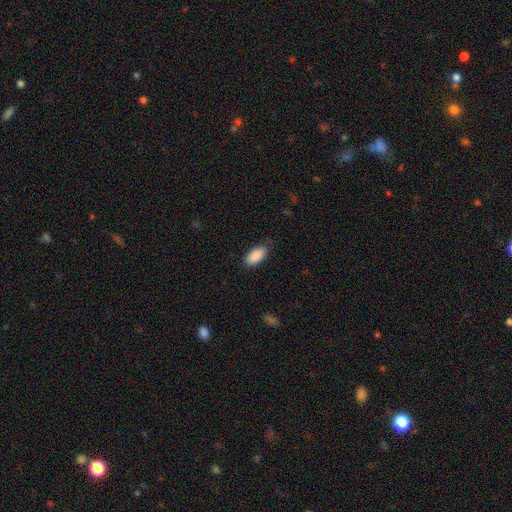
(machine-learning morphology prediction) A smooth galaxy with no disk features (90%) that is in between round and cigar-shaped (91%). Merging: none (82%).